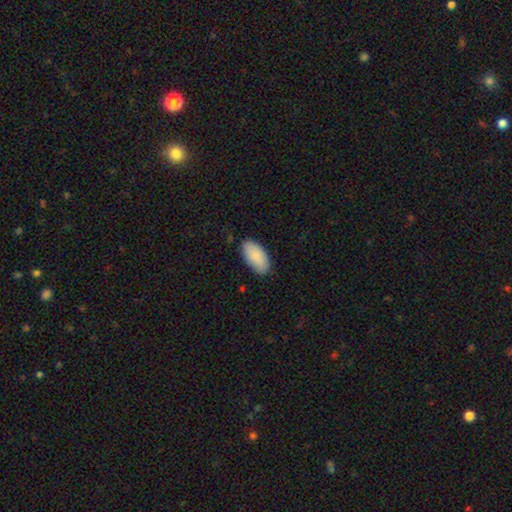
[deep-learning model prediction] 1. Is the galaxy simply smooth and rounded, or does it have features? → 87% smooth, 7% featured or disk, 6% star or artifact.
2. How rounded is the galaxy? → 95% in between, 3% cigar-shaped, 2% round.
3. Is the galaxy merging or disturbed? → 84% none, 13% minor disturbance, 2% major disturbance, 1% merger.